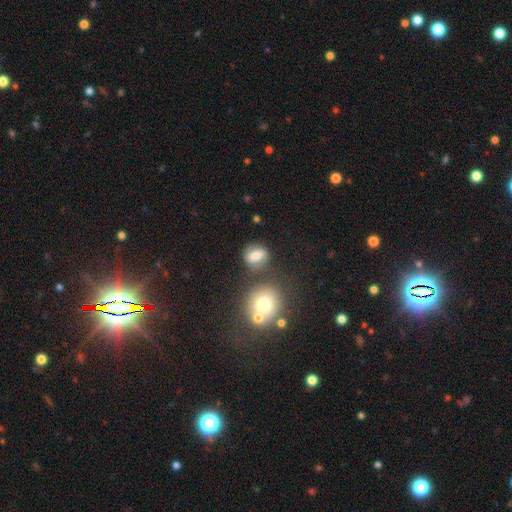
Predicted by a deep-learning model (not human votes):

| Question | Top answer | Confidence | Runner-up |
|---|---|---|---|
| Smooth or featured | smooth | 66% | featured or disk (23%) |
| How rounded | round | 60% | in between (37%) |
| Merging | none | 72% | minor disturbance (14%) |